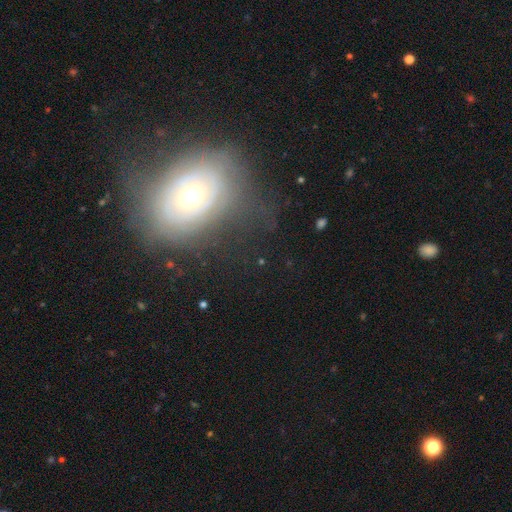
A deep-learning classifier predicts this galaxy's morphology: Q: Smooth or featured?
A: smooth (44%); runner-up: featured or disk (36%)
Q: Merging?
A: none (63%); runner-up: minor disturbance (18%)